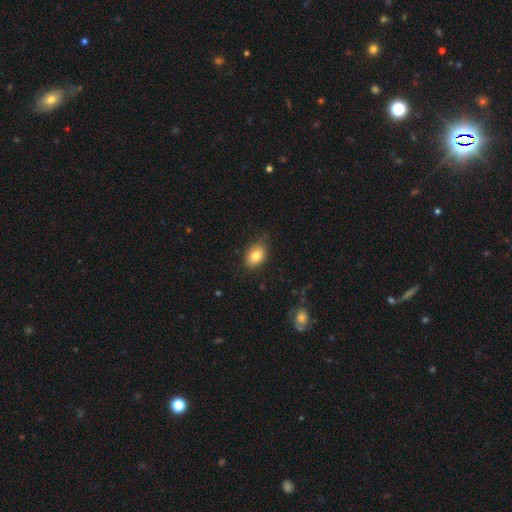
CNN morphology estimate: smooth-or-featured: smooth: 81% | featured or disk: 10% | star or artifact: 8%
  how-rounded: in between: 79% | round: 20% | cigar-shaped: 1%
  merging: none: 77% | minor disturbance: 18% | major disturbance: 4% | merger: 1%